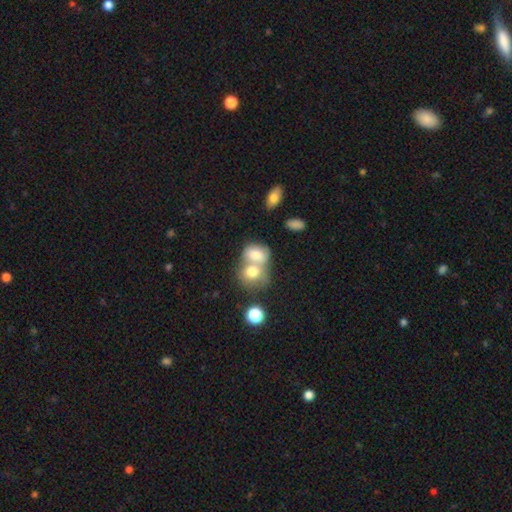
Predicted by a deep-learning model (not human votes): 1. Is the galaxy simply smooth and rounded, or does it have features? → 72% smooth, 19% featured or disk, 10% star or artifact.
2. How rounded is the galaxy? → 57% in between, 41% round, 1% cigar-shaped.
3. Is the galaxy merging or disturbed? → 68% merger, 21% none, 7% minor disturbance, 4% major disturbance.